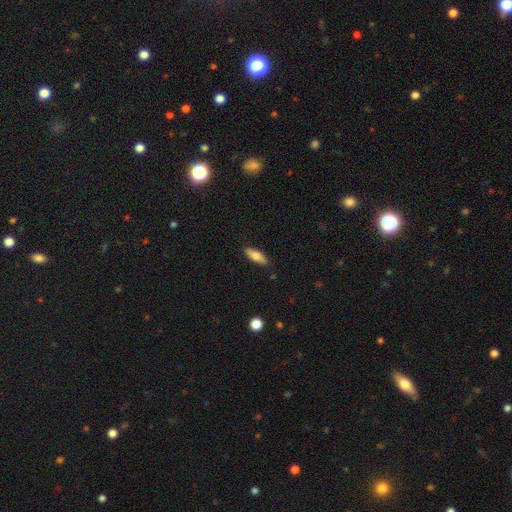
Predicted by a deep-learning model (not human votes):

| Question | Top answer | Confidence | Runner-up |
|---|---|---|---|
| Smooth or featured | smooth | 76% | featured or disk (17%) |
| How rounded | in between | 68% | cigar-shaped (30%) |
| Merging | none | 87% | minor disturbance (10%) |